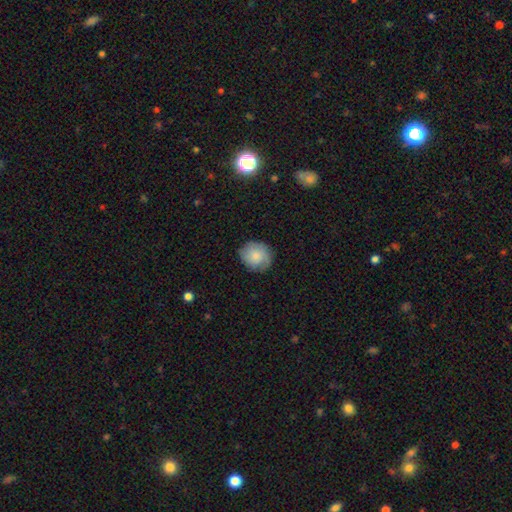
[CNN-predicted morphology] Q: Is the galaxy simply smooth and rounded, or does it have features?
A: smooth — 79%.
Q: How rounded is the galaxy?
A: round — 81%.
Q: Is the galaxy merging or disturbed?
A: none — 81%.